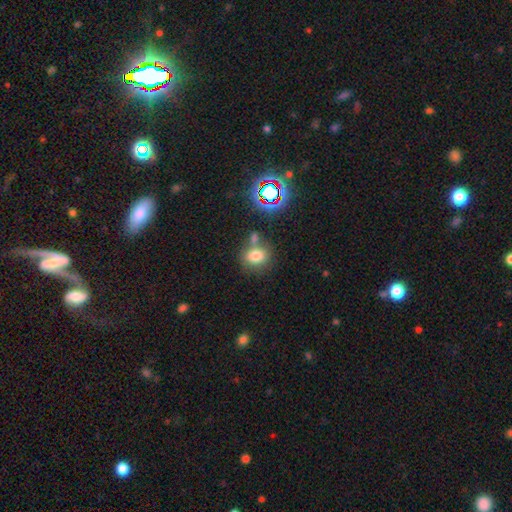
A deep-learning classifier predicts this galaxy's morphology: Smooth or featured?
  - smooth: 74% *
  - star or artifact: 16%
  - featured or disk: 10%
How rounded?
  - round: 51% *
  - in between: 47%
  - cigar-shaped: 1%
Merging?
  - none: 58% *
  - merger: 23%
  - minor disturbance: 14%
  - major disturbance: 5%